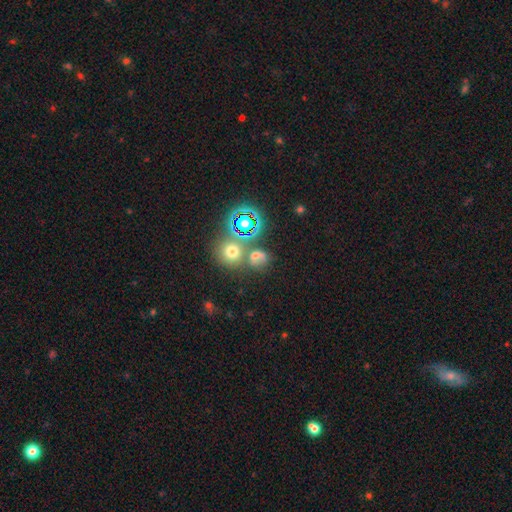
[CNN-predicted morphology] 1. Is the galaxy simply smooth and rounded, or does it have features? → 53% smooth, 34% star or artifact, 14% featured or disk.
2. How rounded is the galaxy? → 61% round, 37% in between, 2% cigar-shaped.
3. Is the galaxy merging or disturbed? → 55% none, 25% merger, 12% minor disturbance, 7% major disturbance.